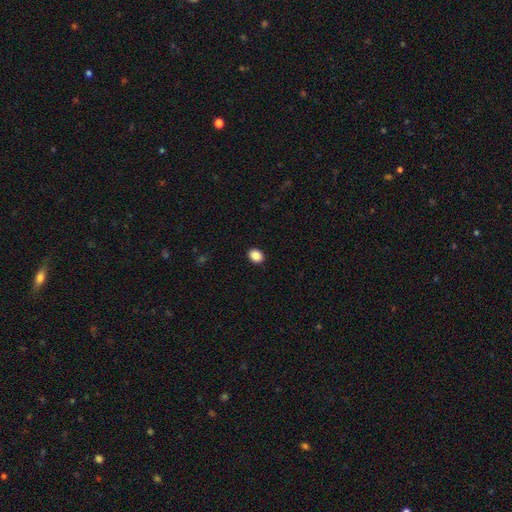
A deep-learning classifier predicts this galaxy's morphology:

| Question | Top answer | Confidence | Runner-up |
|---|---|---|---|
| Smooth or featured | smooth | 88% | star or artifact (9%) |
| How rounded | in between | 53% | round (46%) |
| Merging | none | 91% | minor disturbance (6%) |